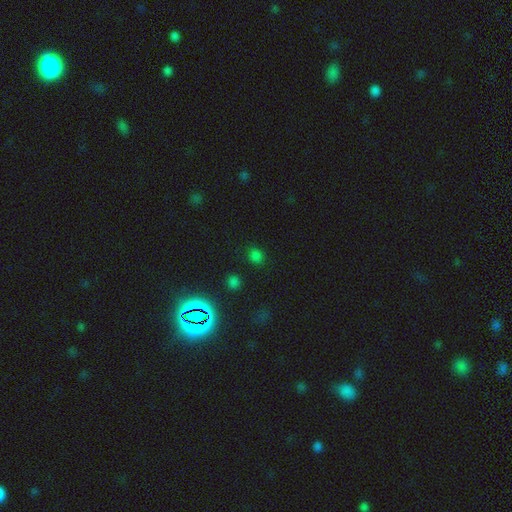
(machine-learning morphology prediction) Overall: smooth (65%; star or artifact 30%). How rounded: round (74%). Merging: none (83%).